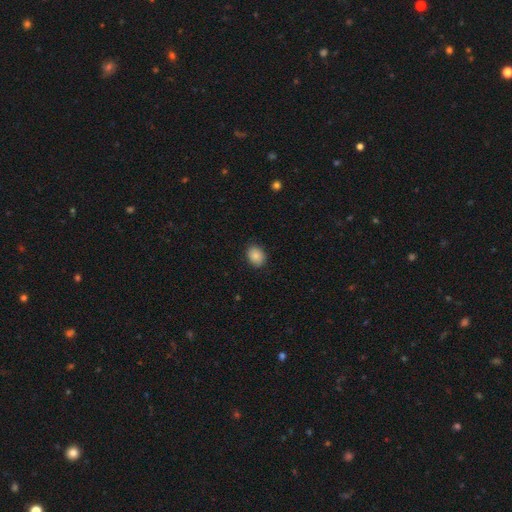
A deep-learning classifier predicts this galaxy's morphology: This appears to be a smooth galaxy with no disk features (87%) that is in between round and cigar-shaped (58%). Merging: none (87%).